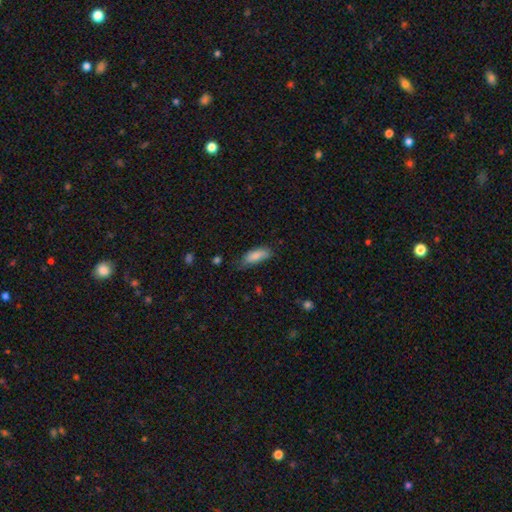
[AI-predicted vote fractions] smooth 84%, featured or disk 9%, star or artifact 7%. Down the decision tree: how rounded — in between (74%); merging — none (60%).